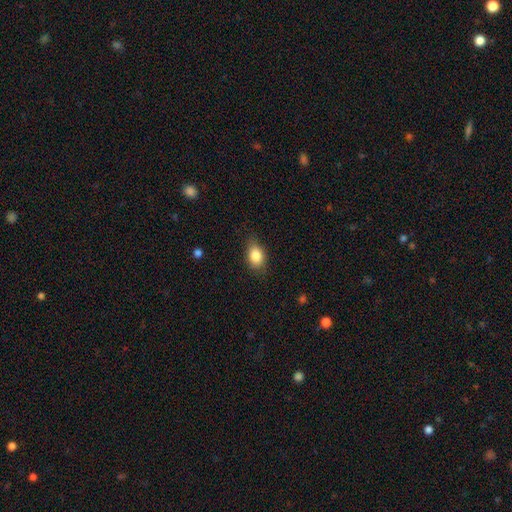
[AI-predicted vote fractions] This appears to be a smooth galaxy with no disk features (85%) that is in between round and cigar-shaped (74%). Merging: none (75%).